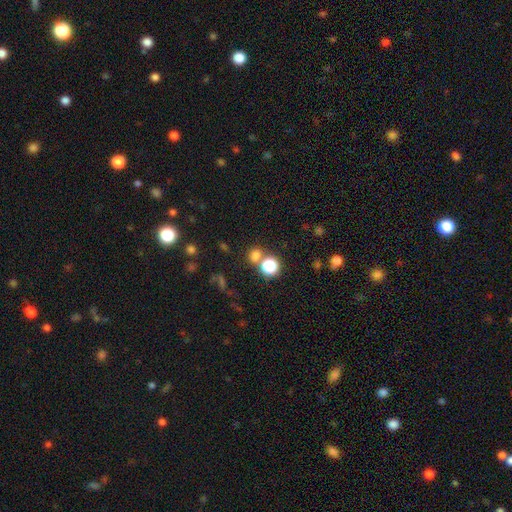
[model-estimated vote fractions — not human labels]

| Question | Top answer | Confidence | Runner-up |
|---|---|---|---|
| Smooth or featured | smooth | 68% | star or artifact (25%) |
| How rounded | round | 75% | in between (23%) |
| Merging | none | 59% | merger (27%) |